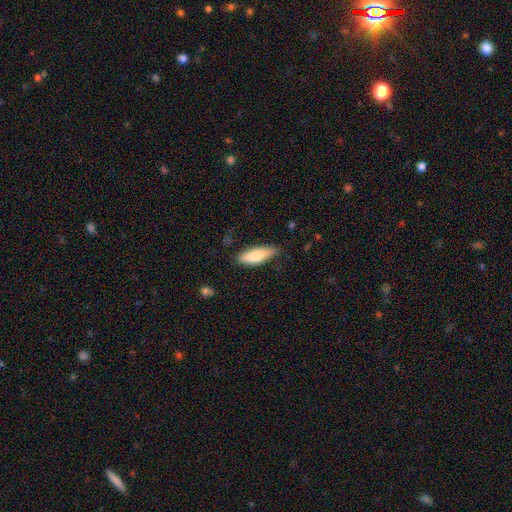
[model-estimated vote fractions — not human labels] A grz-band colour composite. It shows a smooth galaxy with no disk features (80%) that is in between round and cigar-shaped (60%). Merging: none (77%).